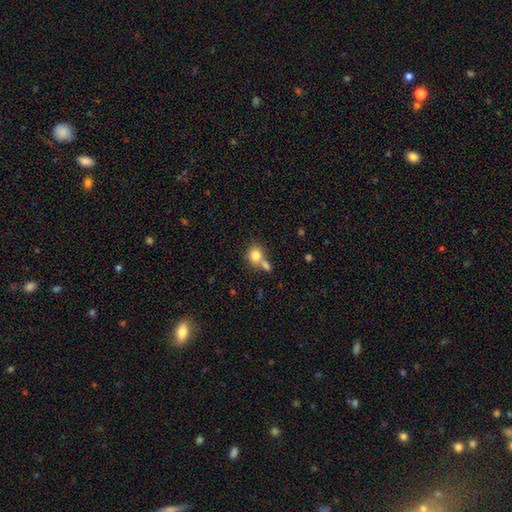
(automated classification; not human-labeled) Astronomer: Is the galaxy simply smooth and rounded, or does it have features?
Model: smooth — 82%.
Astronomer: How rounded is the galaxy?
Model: round — 72%.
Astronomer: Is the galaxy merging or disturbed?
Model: none — 47% (runner-up: merger, 38%).